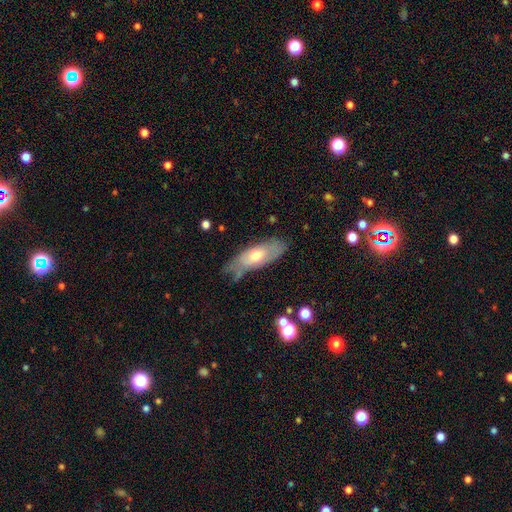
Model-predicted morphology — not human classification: Smooth or featured?
  - smooth: 52% *
  - featured or disk: 42%
  - star or artifact: 6%
How rounded?
  - in between: 71% *
  - cigar-shaped: 26%
  - round: 2%
Merging?
  - none: 62% *
  - minor disturbance: 27%
  - major disturbance: 8%
  - merger: 4%